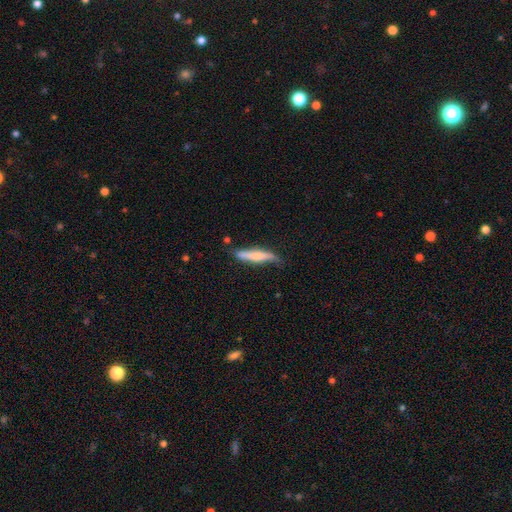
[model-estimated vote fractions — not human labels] smooth 59%, featured or disk 36%, star or artifact 5%. Down the decision tree: how rounded — cigar-shaped (87%); merging — none (67%).